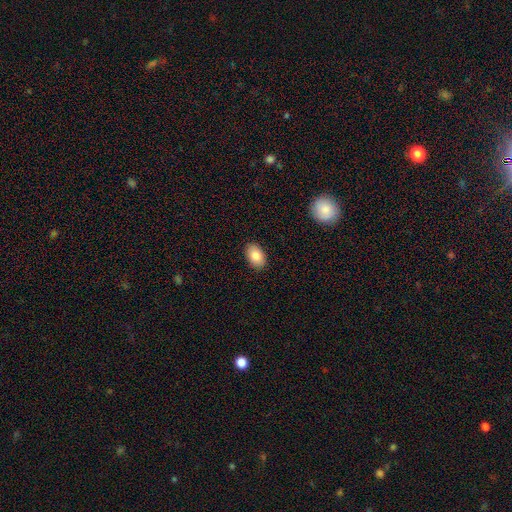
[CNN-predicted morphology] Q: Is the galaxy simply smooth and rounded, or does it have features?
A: smooth — 85%.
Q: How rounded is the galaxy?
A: in between — 88%.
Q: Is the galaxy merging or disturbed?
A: none — 89%.